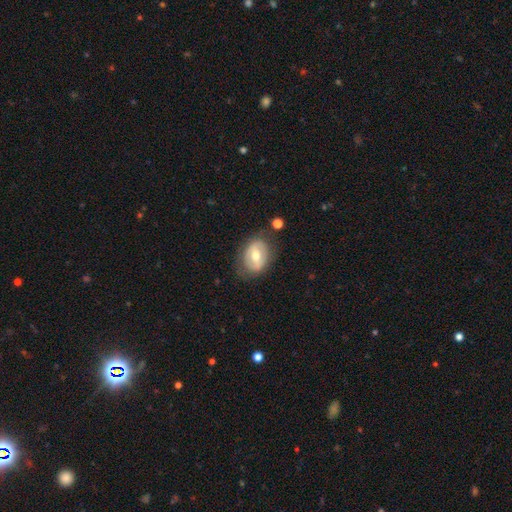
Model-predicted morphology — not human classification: smooth-or-featured: featured or disk: 53% | smooth: 40% | star or artifact: 6%
  disk-edge-on: no: 93% | yes: 7%
  merging: none: 72% | minor disturbance: 18% | major disturbance: 8% | merger: 2%